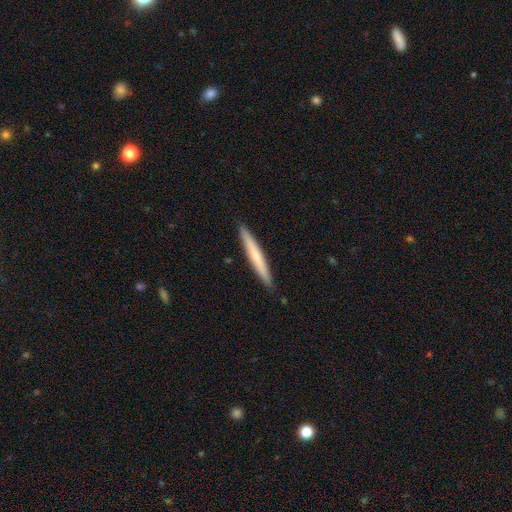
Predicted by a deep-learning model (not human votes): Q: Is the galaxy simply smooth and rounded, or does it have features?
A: smooth — 60%.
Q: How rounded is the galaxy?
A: cigar-shaped — 96%.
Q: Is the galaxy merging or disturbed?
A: none — 91%.